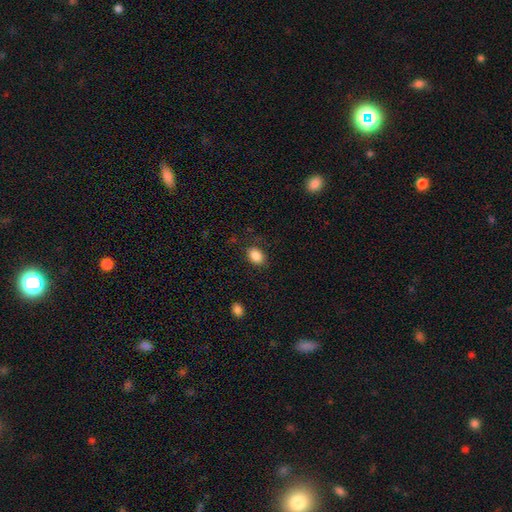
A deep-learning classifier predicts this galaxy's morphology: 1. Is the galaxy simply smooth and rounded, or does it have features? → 87% smooth, 9% star or artifact, 4% featured or disk.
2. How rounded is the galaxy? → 76% in between, 23% round, 1% cigar-shaped.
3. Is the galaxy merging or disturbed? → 81% none, 13% minor disturbance, 4% major disturbance, 1% merger.